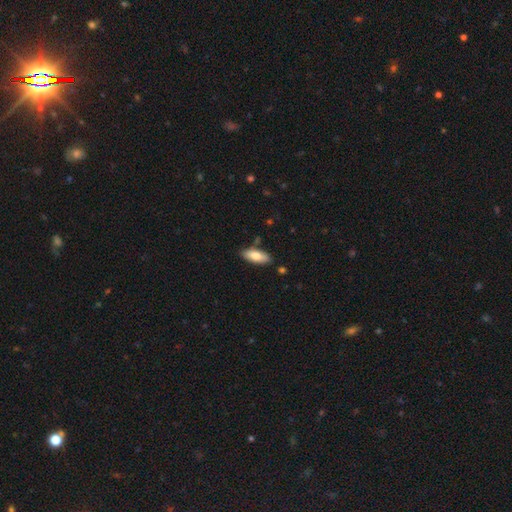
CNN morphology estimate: A smooth galaxy with no disk features (79%) that is in between round and cigar-shaped (80%).

Vote fractions:
- Smooth or featured? smooth: 79% / featured or disk: 15% / star or artifact: 6%
- How rounded? in between: 80% / cigar-shaped: 18% / round: 2%
- Merging? none: 84% / minor disturbance: 11% / merger: 3% / major disturbance: 2%